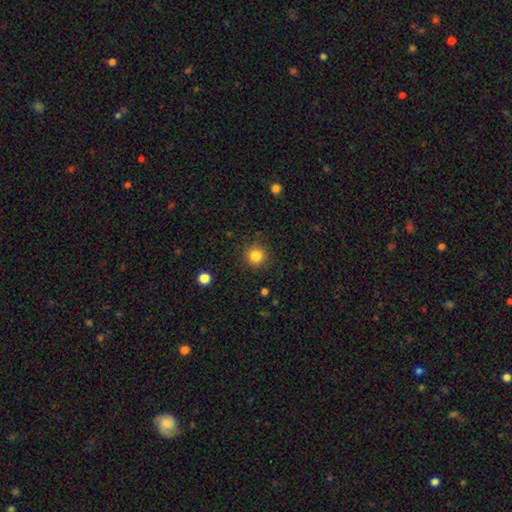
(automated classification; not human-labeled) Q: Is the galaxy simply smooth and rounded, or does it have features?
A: smooth — 84%.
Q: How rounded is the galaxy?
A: round — 94%.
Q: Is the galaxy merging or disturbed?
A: none — 90%.